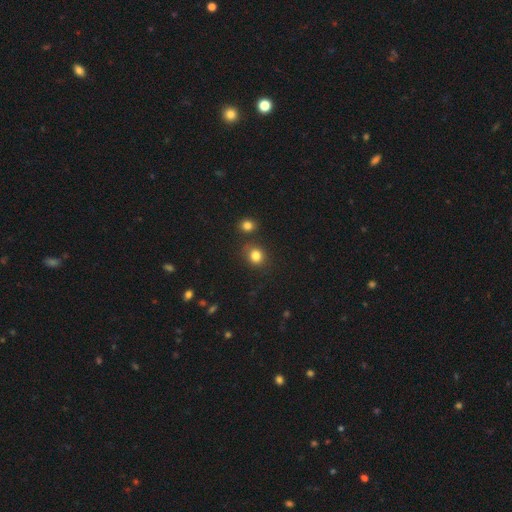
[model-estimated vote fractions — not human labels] A smooth galaxy with no disk features (82%) that is round (75%).

Vote fractions:
- Smooth or featured? smooth: 82% / star or artifact: 12% / featured or disk: 6%
- How rounded? round: 75% / in between: 24% / cigar-shaped: 1%
- Merging? none: 78% / minor disturbance: 11% / merger: 8% / major disturbance: 3%